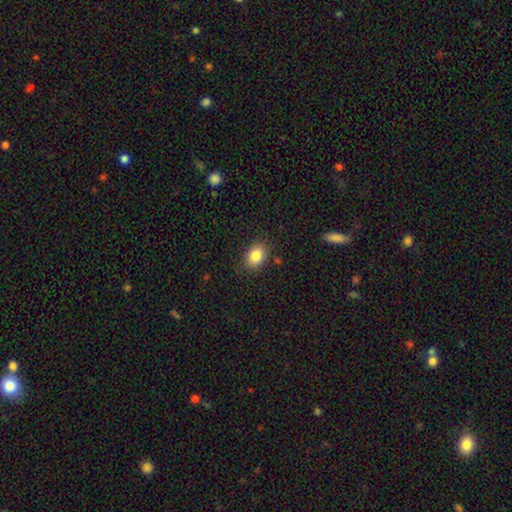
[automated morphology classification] Smooth or featured? Predicted: smooth (p=0.84). How rounded? Predicted: in between (p=0.74). Merging? Predicted: none (p=0.84).